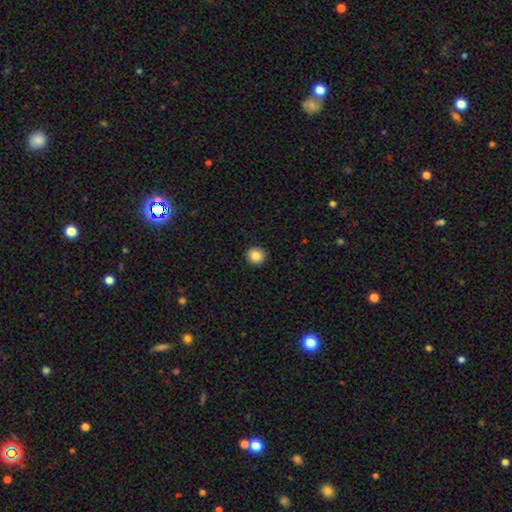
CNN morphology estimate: type=smooth (87%); roundness=round (92%); merging=none (92%).